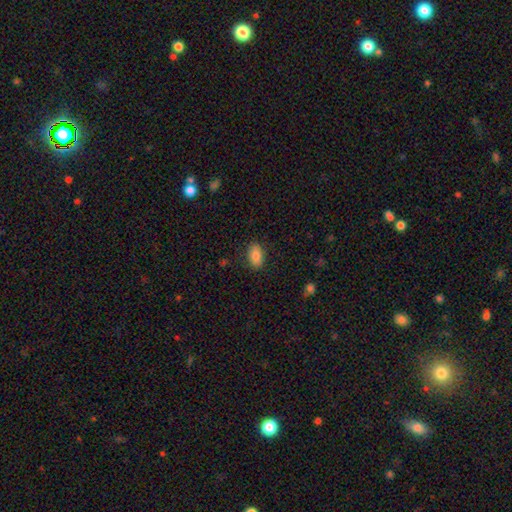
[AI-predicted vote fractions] smooth_or_featured: smooth (p=0.83) [alt: featured or disk p=0.09]
how_rounded: in between (p=0.90) [alt: round p=0.06]
merging: none (p=0.86) [alt: minor disturbance p=0.10]